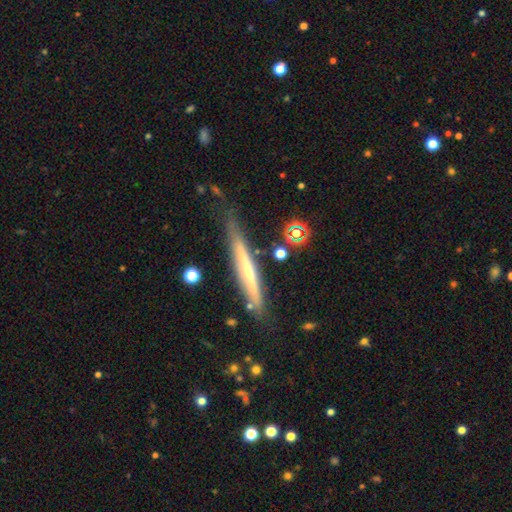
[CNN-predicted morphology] Smooth or featured? featured or disk (63%)
Edge-on disk? yes (90%)
Edge-on bulge? none (54%)
Merging? none (67%)